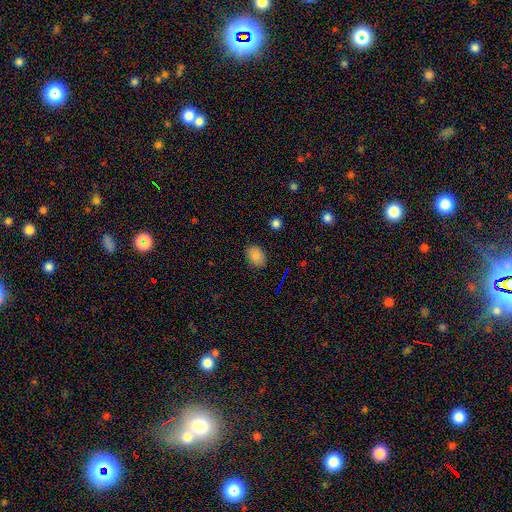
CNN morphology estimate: Smooth or featured: smooth — 85% (star or artifact — 10%)
How rounded: in between — 77% (round — 22%)
Merging: none — 86% (minor disturbance — 10%)